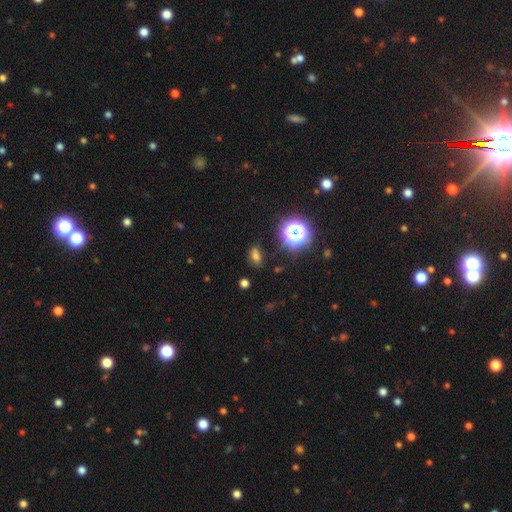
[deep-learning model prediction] Smooth or featured? Predicted: smooth (p=0.63). How rounded? Predicted: in between (p=0.72). Merging? Predicted: none (p=0.72).